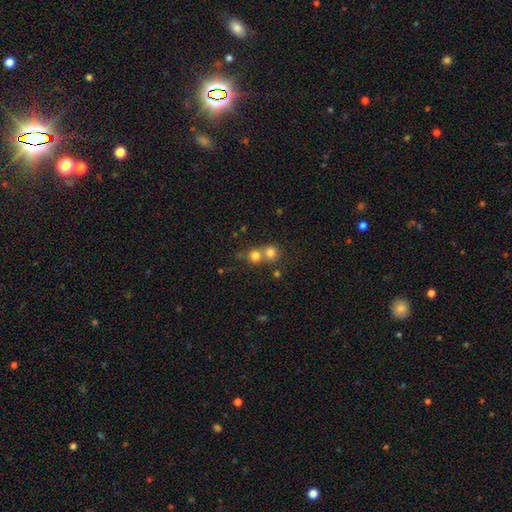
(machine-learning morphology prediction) type=smooth (77%); roundness=round (89%); merging=merger (48%).